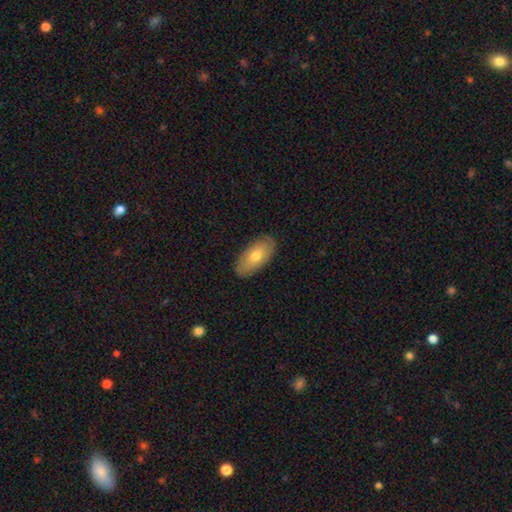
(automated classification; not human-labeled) A smooth galaxy with no disk features (66%) that is in between round and cigar-shaped (92%).

Vote fractions:
- Smooth or featured? smooth: 66% / featured or disk: 28% / star or artifact: 6%
- How rounded? in between: 92% / cigar-shaped: 4% / round: 3%
- Merging? none: 86% / minor disturbance: 11% / major disturbance: 2% / merger: 1%